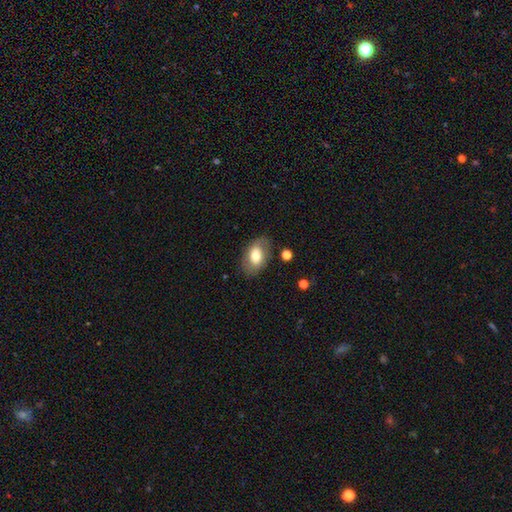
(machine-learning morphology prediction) This is likely a smooth galaxy (67%). How rounded: clearly in between (88%). Merging: likely none (75%).